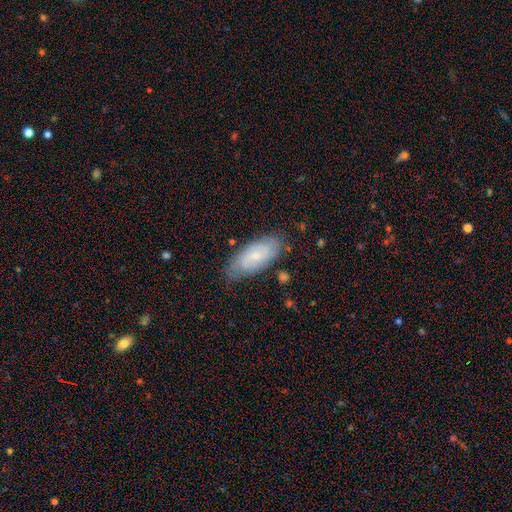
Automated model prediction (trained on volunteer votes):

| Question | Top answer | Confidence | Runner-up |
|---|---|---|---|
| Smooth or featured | featured or disk | 47% | smooth (45%) |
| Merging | none | 74% | minor disturbance (20%) |